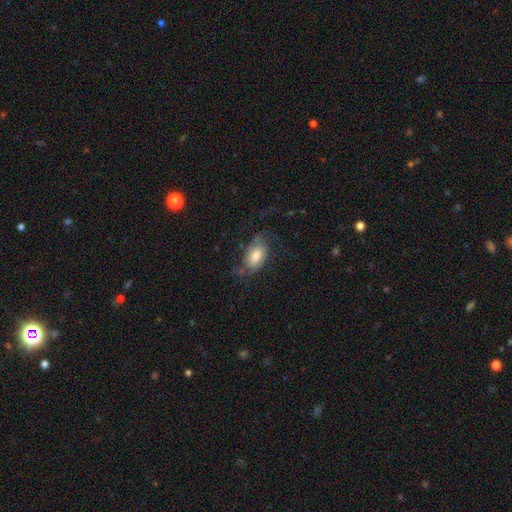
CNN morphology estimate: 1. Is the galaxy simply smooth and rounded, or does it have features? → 56% featured or disk, 36% smooth, 8% star or artifact.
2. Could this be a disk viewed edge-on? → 94% no, 6% yes.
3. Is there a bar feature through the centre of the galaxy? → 66% no, 27% weak, 6% strong.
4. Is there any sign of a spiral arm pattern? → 85% yes, 15% no.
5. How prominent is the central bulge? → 51% moderate, 26% large, 16% small, 4% dominant, 3% none.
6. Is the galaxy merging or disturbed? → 52% none, 27% major disturbance, 20% minor disturbance, 2% merger.